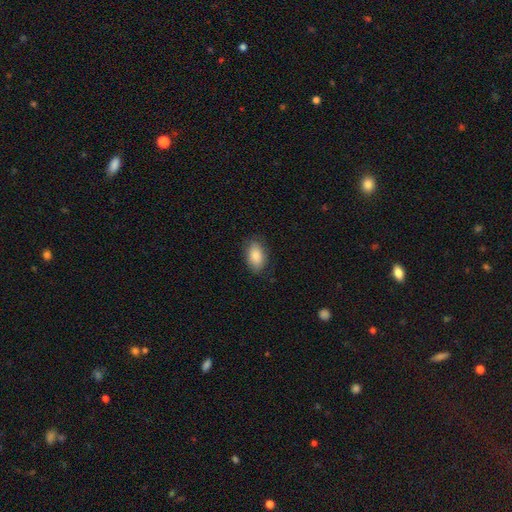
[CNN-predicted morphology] This appears to be a smooth galaxy with no disk features (87%) that is in between round and cigar-shaped (92%). Merging: none (84%).